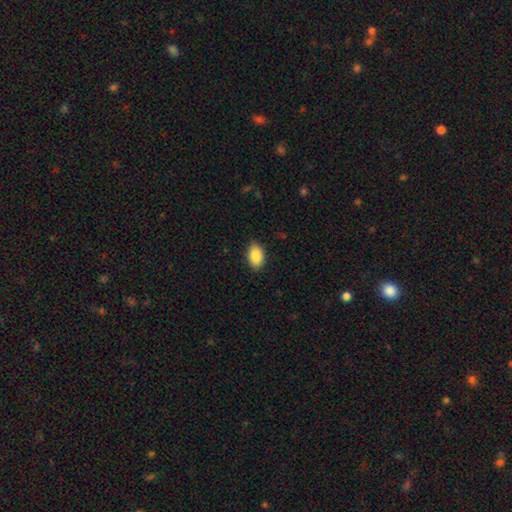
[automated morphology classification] A smooth galaxy with no disk features (89%) that is in between round and cigar-shaped (91%).

Vote fractions:
- Smooth or featured? smooth: 89% / star or artifact: 7% / featured or disk: 4%
- How rounded? in between: 91% / round: 8% / cigar-shaped: 1%
- Merging? none: 88% / minor disturbance: 9% / major disturbance: 2% / merger: 1%